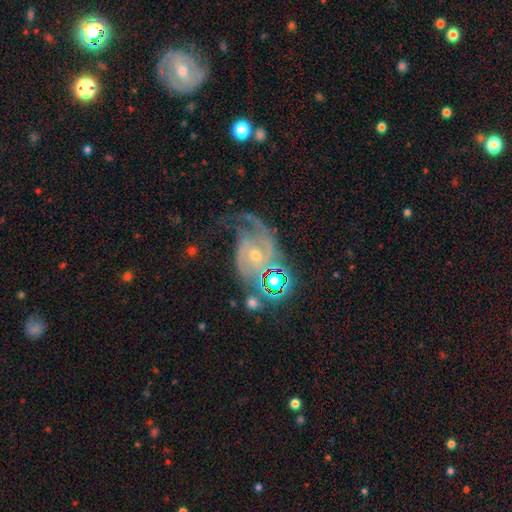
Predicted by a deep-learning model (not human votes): A featured or disk galaxy (82%) with no bar (68%), 2 (54%) medium (44%) spiral arms (95%) and a small central bulge (59%).

Vote fractions:
- Smooth or featured? featured or disk: 82% / star or artifact: 11% / smooth: 7%
- Edge-on disk? no: 97% / yes: 3%
- Bar? no: 68% / weak: 25% / strong: 8%
- Spiral arms? yes: 95% / no: 5%
- Spiral winding? medium: 44% / tight: 31% / loose: 25%
- Spiral arm count? 2: 54% / 1: 17% / can't tell: 14% / 3: 9% / 4: 3% / more than 4: 3%
- Bulge size? small: 59% / moderate: 37% / large: 2% / none: 1% / dominant: 1%
- Merging? none: 41% / major disturbance: 30% / minor disturbance: 22% / merger: 7%